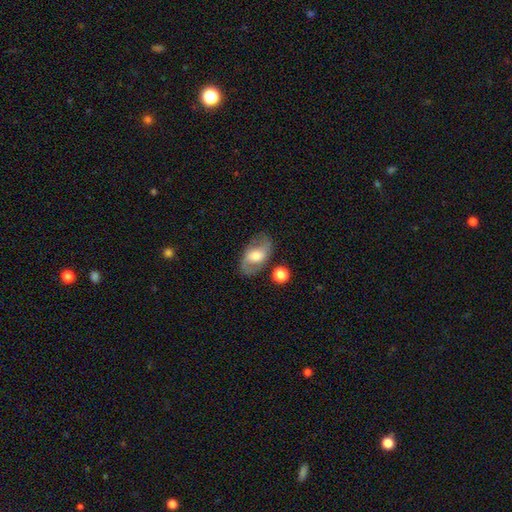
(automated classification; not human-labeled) This appears to be a featured or disk galaxy (55%) with a weak bar (42%), spiral arms (70%) and a moderate central bulge (50%). Merging: none (74%).